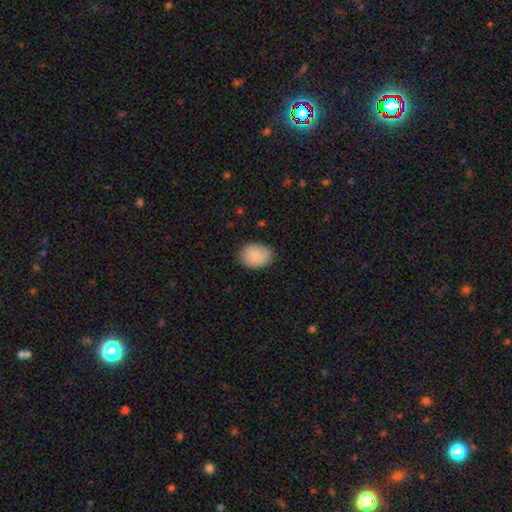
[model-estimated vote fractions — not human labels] smooth_or_featured: smooth (p=0.87) [alt: star or artifact p=0.07]
how_rounded: in between (p=0.69) [alt: round p=0.30]
merging: none (p=0.81) [alt: minor disturbance p=0.15]